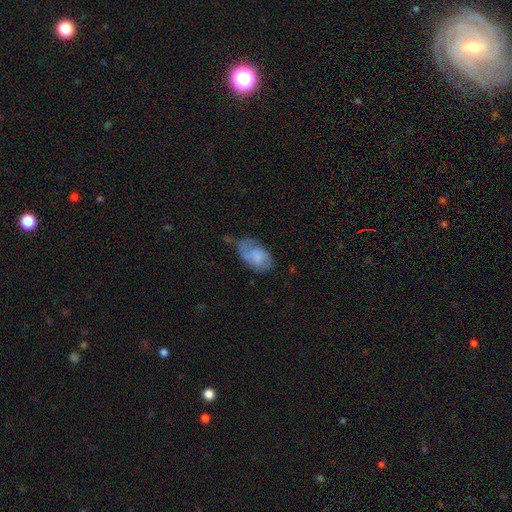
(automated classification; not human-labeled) This appears to be a smooth galaxy with no disk features (59%) that is in between round and cigar-shaped (93%). Merging: none (46%).